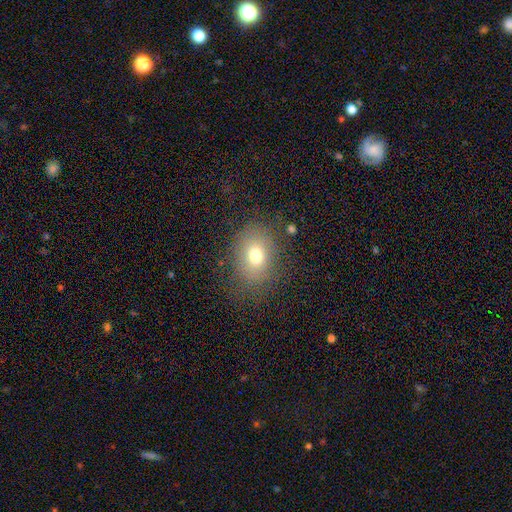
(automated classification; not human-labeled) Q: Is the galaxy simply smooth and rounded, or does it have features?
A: smooth — 73%.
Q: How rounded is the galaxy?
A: in between — 53%.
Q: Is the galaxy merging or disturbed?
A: none — 75%.